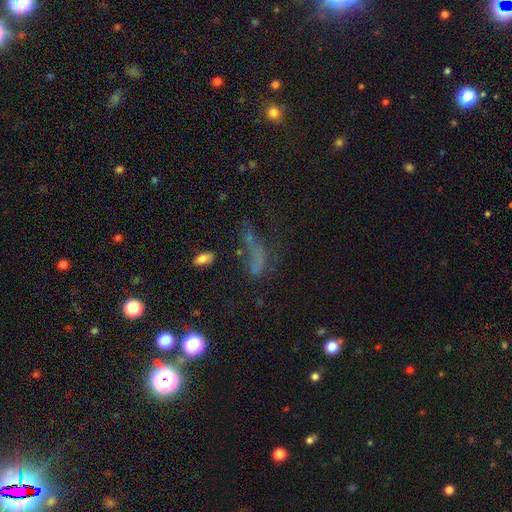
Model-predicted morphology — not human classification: Smooth or featured: star or artifact — 39% (smooth — 36%)